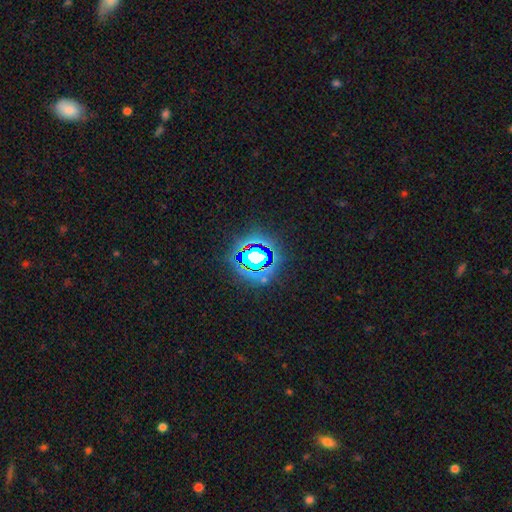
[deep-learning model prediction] Q: Smooth or featured?
A: star or artifact (79%); runner-up: smooth (13%)